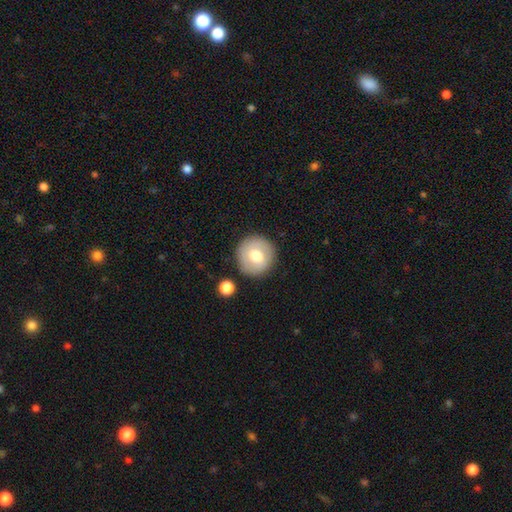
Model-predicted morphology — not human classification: This is likely a smooth galaxy (67%). How rounded: clearly round (94%). Merging: clearly none (85%).